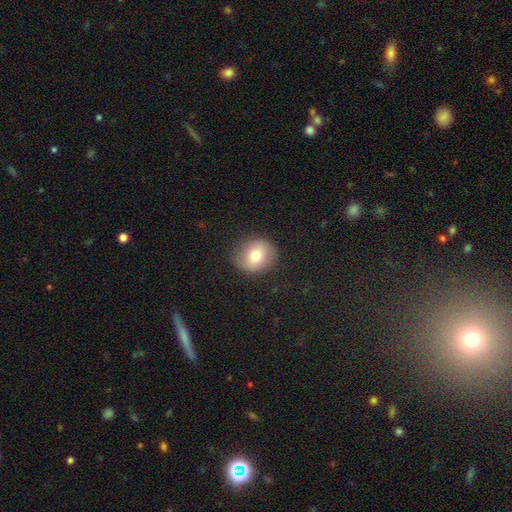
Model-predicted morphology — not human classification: This is likely a smooth galaxy (74%). How rounded: likely round (71%). Merging: clearly none (83%).